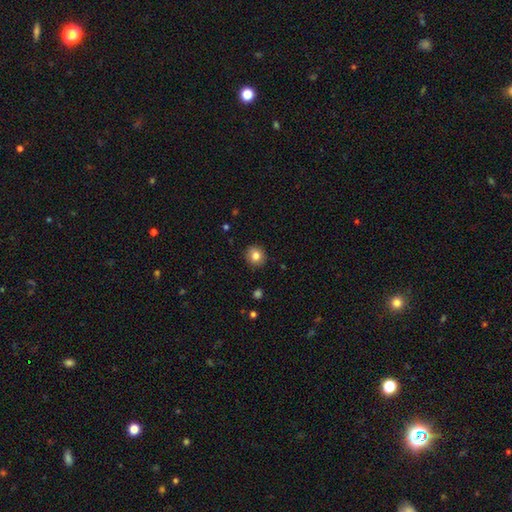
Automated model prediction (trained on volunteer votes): This is clearly a smooth galaxy (82%). How rounded: clearly round (83%). Merging: clearly none (89%).